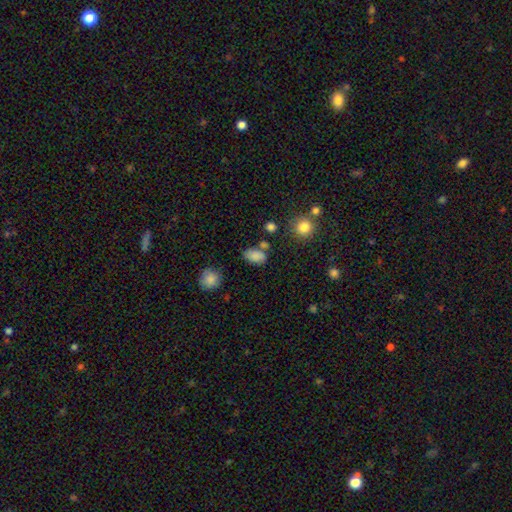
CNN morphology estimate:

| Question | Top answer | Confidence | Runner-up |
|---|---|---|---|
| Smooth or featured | smooth | 82% | star or artifact (12%) |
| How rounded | in between | 87% | round (11%) |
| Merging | none | 63% | minor disturbance (19%) |